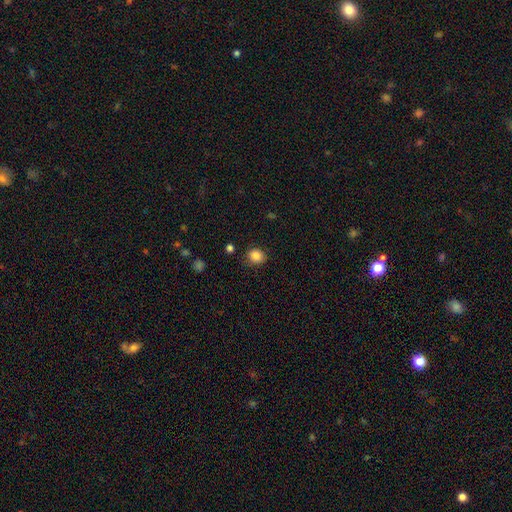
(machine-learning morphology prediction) This appears to be a smooth galaxy with no disk features (85%) that is round (68%). Merging: none (83%).